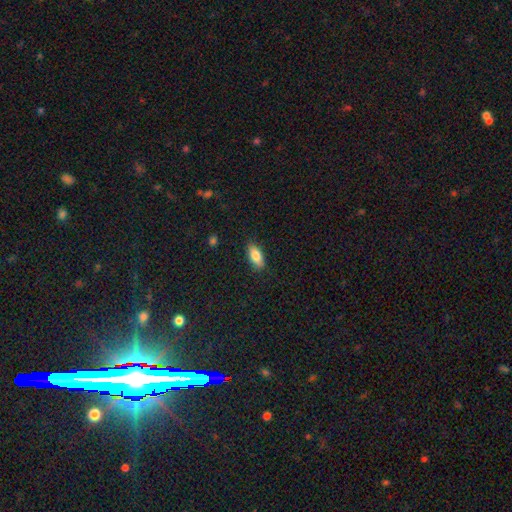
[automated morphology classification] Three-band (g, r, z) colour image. It shows a smooth galaxy with no disk features (82%) that is in between round and cigar-shaped (85%). Merging: none (85%).